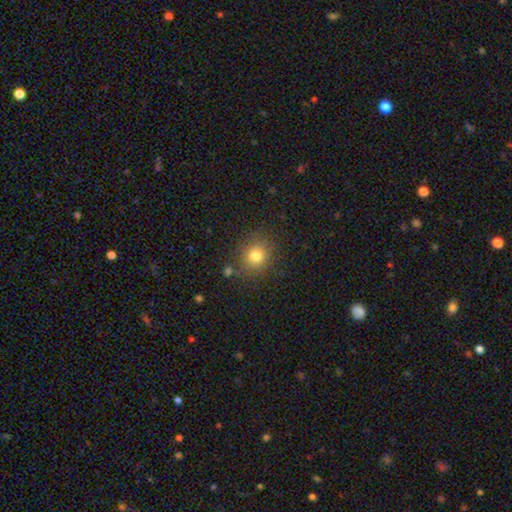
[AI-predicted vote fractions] smooth 79%, star or artifact 12%, featured or disk 8%. Down the decision tree: how rounded — round (76%); merging — none (82%).